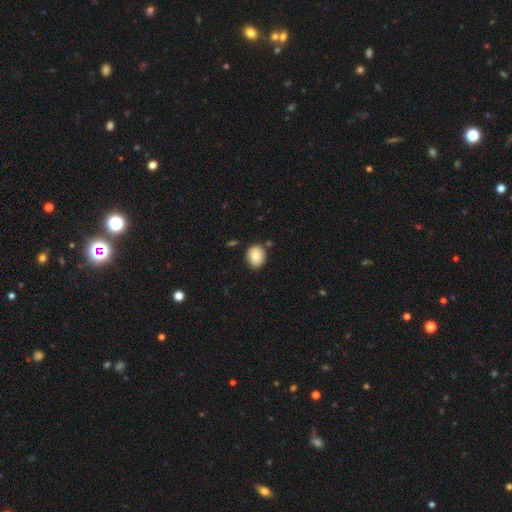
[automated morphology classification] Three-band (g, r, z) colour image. It shows a smooth galaxy with no disk features (84%) that is round (60%). Merging: none (79%).